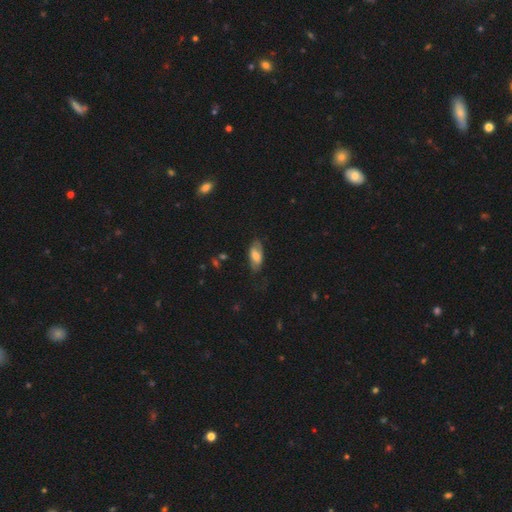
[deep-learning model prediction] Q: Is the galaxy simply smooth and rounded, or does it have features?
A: smooth — 64%.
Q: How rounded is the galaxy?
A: in between — 88%.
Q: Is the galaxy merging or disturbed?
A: none — 62%.